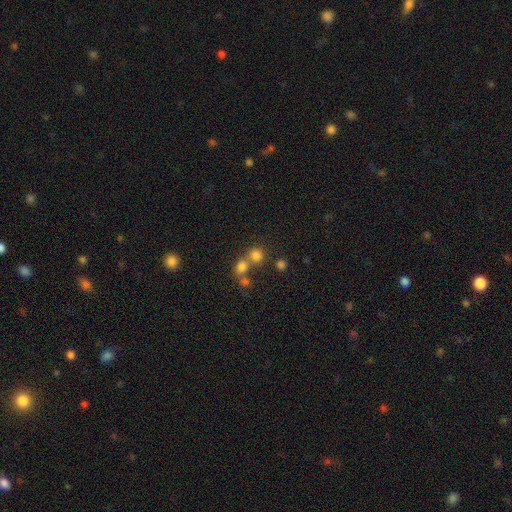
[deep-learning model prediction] Smooth or featured: smooth — 75% (star or artifact — 17%)
How rounded: round — 81% (in between — 18%)
Merging: none — 49% (merger — 40%)